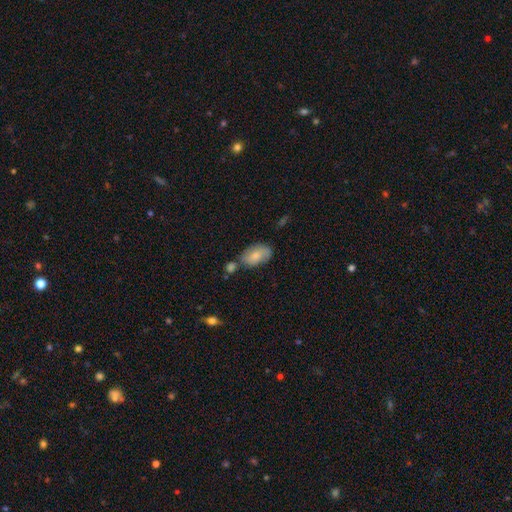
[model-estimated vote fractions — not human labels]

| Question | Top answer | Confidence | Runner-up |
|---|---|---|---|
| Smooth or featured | smooth | 67% | featured or disk (26%) |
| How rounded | in between | 91% | round (7%) |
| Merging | none | 55% | minor disturbance (22%) |